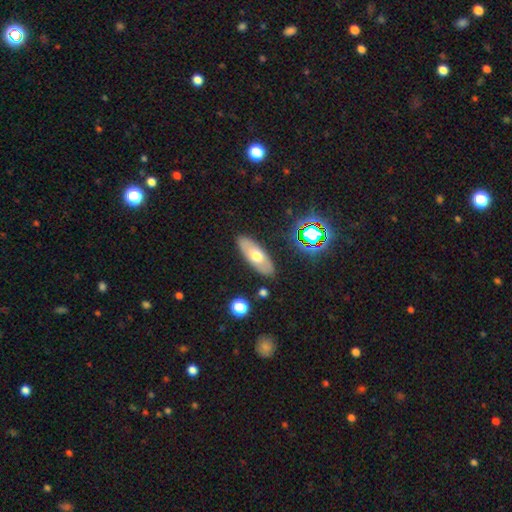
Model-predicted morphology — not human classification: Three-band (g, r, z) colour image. It shows a smooth galaxy with no disk features (57%) that is in between round and cigar-shaped (75%). Merging: none (85%).